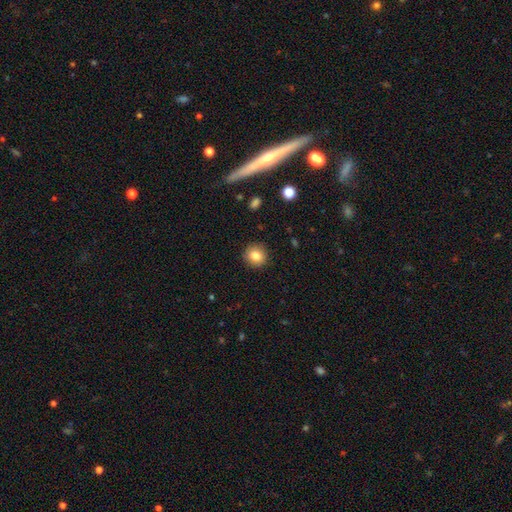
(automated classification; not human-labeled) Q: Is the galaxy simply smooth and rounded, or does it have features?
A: smooth — 83%.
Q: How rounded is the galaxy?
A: round — 91%.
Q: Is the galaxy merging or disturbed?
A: none — 91%.